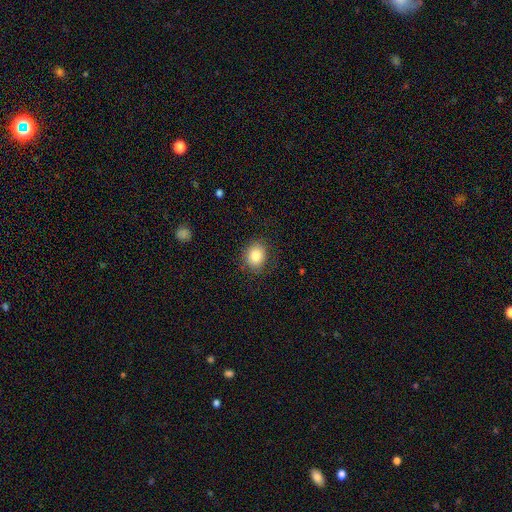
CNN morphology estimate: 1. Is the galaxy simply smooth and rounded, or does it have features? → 85% smooth, 9% star or artifact, 6% featured or disk.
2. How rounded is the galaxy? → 64% round, 35% in between, 1% cigar-shaped.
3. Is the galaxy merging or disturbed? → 83% none, 12% minor disturbance, 4% major disturbance, 1% merger.